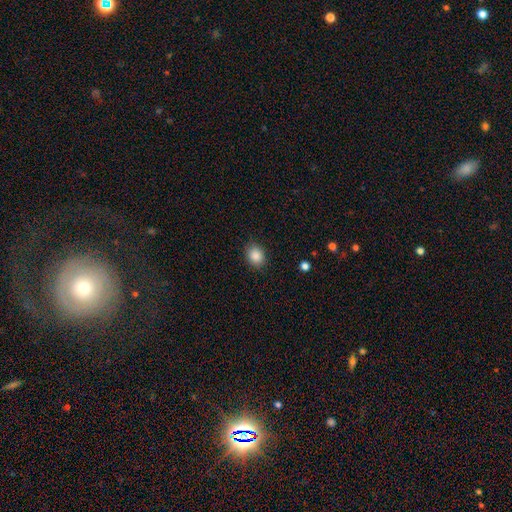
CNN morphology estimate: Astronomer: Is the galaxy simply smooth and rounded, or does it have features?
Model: smooth — 87%.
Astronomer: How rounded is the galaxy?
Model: round — 56% (runner-up: in between, 43%).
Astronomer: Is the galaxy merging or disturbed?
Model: none — 84%.